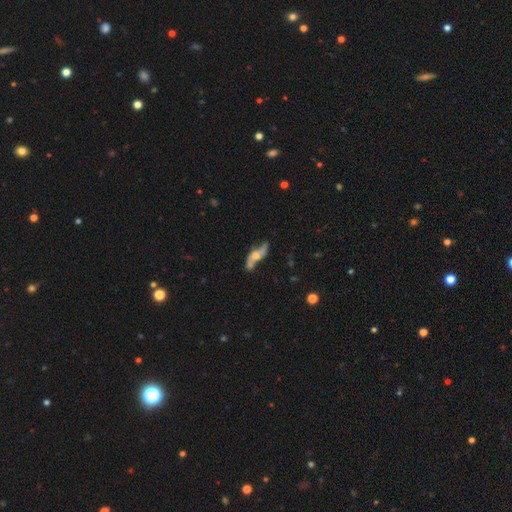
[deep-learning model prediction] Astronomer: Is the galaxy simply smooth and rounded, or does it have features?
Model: featured or disk — 65%.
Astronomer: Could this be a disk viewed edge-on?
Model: no — 62% (runner-up: yes, 38%).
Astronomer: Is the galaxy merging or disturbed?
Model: none — 55%.